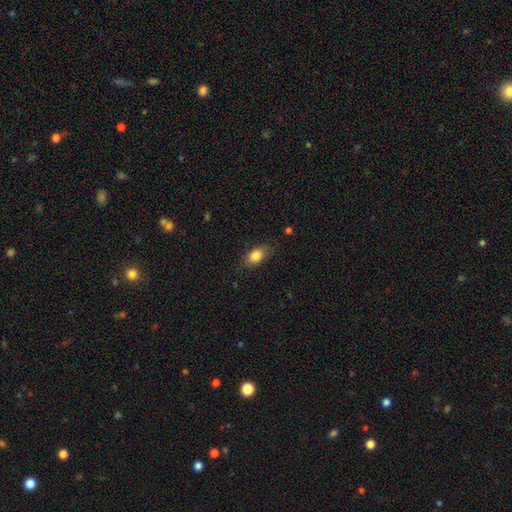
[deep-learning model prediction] Morphology: type=smooth (81%); roundness=in between (84%); merging=none (79%).